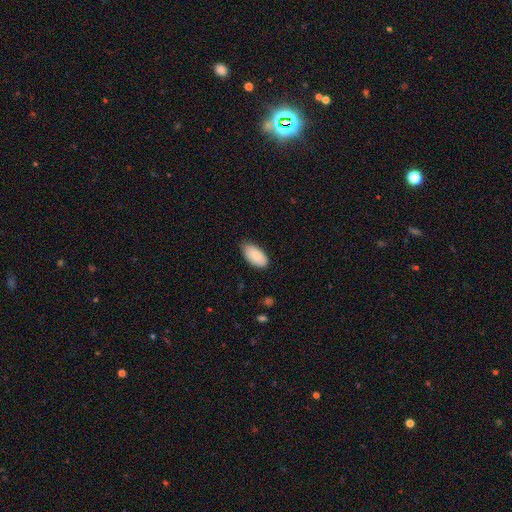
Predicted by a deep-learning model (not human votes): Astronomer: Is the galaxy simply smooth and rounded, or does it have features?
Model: smooth — 84%.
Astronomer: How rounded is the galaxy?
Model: in between — 95%.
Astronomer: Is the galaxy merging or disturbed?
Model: none — 77%.